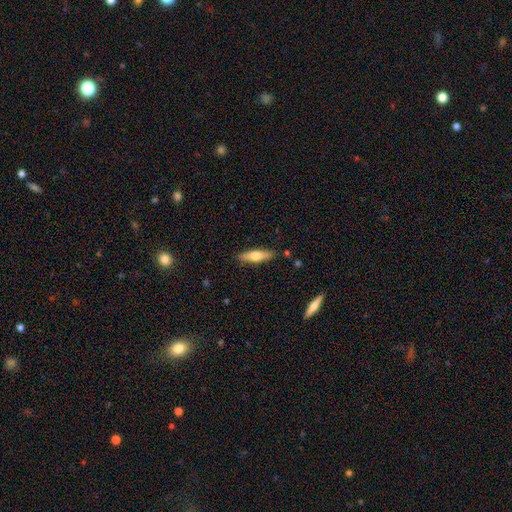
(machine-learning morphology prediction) smooth_or_featured: smooth (p=0.60) [alt: featured or disk p=0.35]
how_rounded: cigar-shaped (p=0.65) [alt: in between p=0.34]
merging: none (p=0.87) [alt: minor disturbance p=0.09]